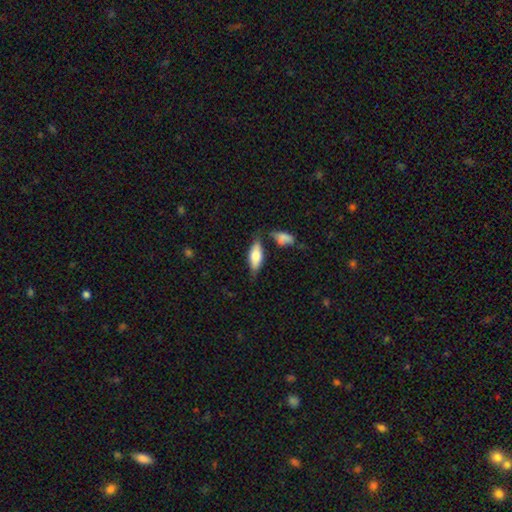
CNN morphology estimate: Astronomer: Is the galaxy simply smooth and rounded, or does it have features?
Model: smooth — 69%.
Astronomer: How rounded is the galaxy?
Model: in between — 71%.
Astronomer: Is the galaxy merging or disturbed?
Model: none — 65%.